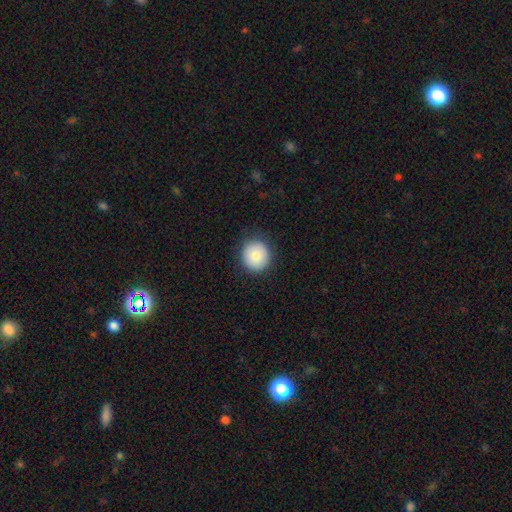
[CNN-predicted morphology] Q: Smooth or featured?
A: smooth (81%); runner-up: featured or disk (11%)
Q: How rounded?
A: round (92%); runner-up: in between (7%)
Q: Merging?
A: none (90%); runner-up: minor disturbance (7%)